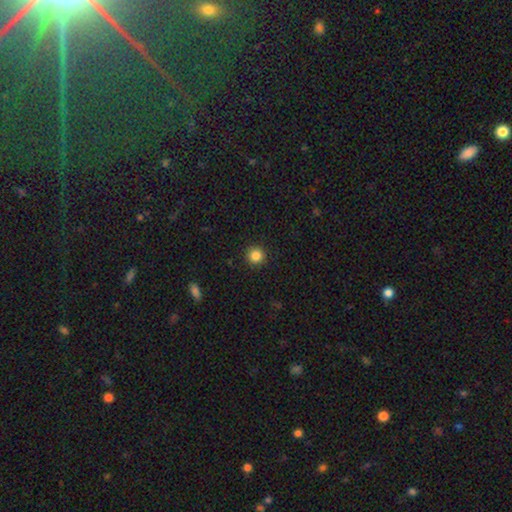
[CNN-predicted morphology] A smooth galaxy with no disk features (85%) that is round (95%).

Vote fractions:
- Smooth or featured? smooth: 85% / star or artifact: 11% / featured or disk: 4%
- How rounded? round: 95% / in between: 4% / cigar-shaped: 1%
- Merging? none: 92% / minor disturbance: 5% / major disturbance: 2% / merger: 1%